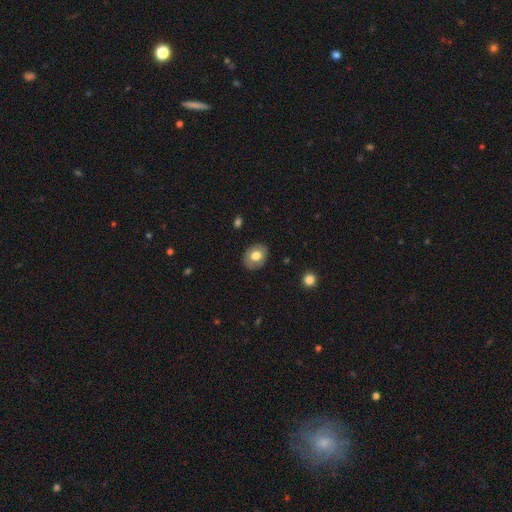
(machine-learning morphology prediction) Smooth or featured: smooth — 68% (featured or disk — 25%)
How rounded: in between — 58% (round — 41%)
Merging: none — 85% (minor disturbance — 11%)